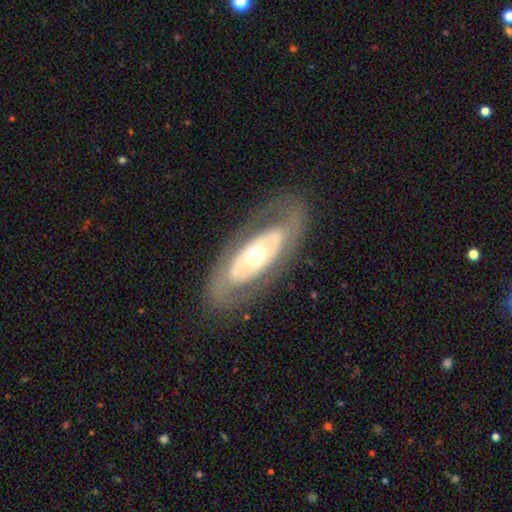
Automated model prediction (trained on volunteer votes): A featured or disk galaxy (70%) with no bar (82%), no spiral arms (72%) and a moderate central bulge (68%). Merging: none (77%).